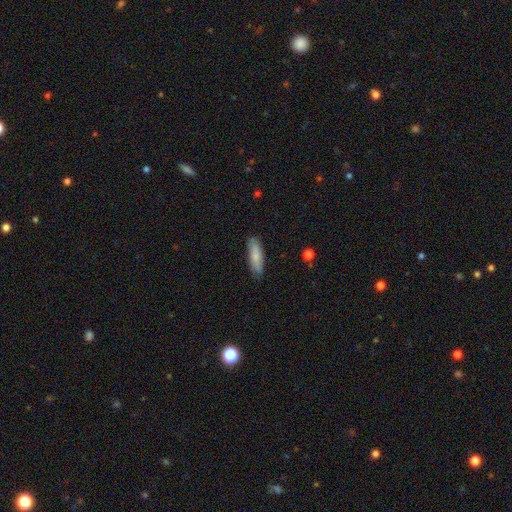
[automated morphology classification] Smooth or featured? smooth (81%)
How rounded? cigar-shaped (53%)
Merging? none (85%)